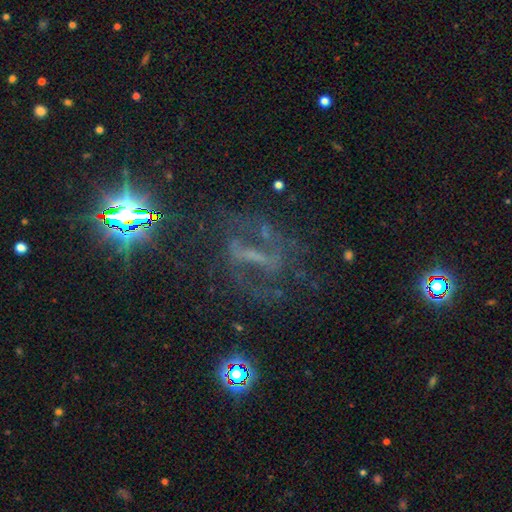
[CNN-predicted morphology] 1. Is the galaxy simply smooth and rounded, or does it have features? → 57% featured or disk, 31% star or artifact, 12% smooth.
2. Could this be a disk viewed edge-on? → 86% no, 14% yes.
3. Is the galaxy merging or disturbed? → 59% none, 22% major disturbance, 16% minor disturbance, 4% merger.